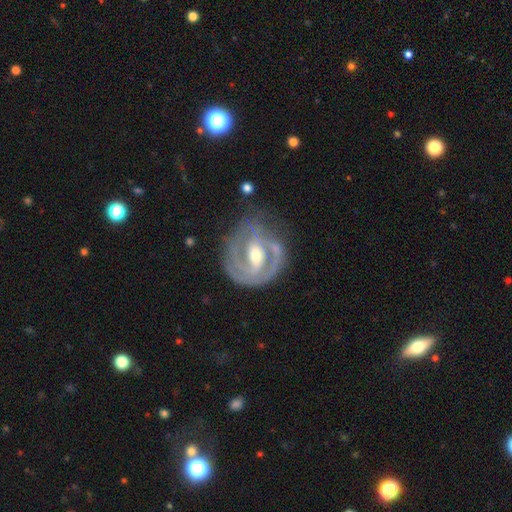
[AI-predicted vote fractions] This is clearly a featured or disk galaxy (87%). It is clearly not viewed edge-on (97%). Bar: possibly weak (46%). Spiral arm pattern: clearly yes (93%). Spiral arm count: possibly 2 (58%). Spiral winding: likely tight (60%). Central bulge: possibly moderate (60%). Merging: likely none (65%).